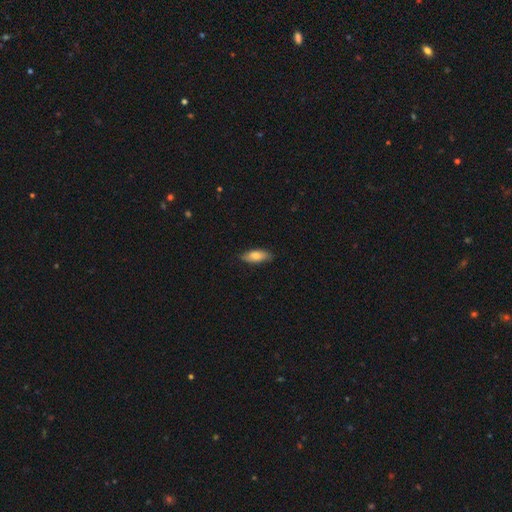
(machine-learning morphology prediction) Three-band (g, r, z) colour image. It shows a smooth galaxy with no disk features (78%) that is in between round and cigar-shaped (79%). Merging: none (82%).